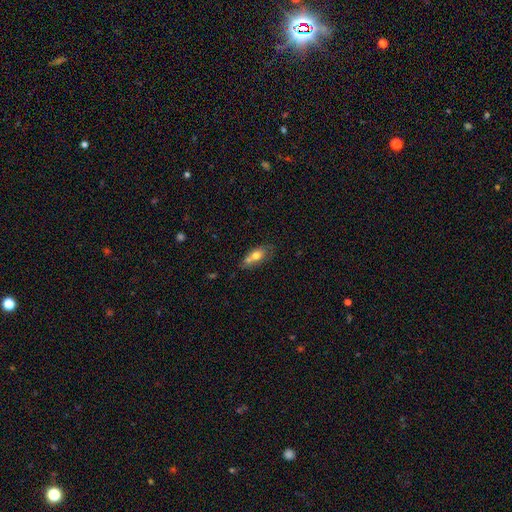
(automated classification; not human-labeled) smooth_or_featured: smooth (p=0.68) [alt: featured or disk p=0.24]
how_rounded: in between (p=0.79) [alt: round p=0.12]
merging: merger (p=0.40) [alt: none p=0.39]